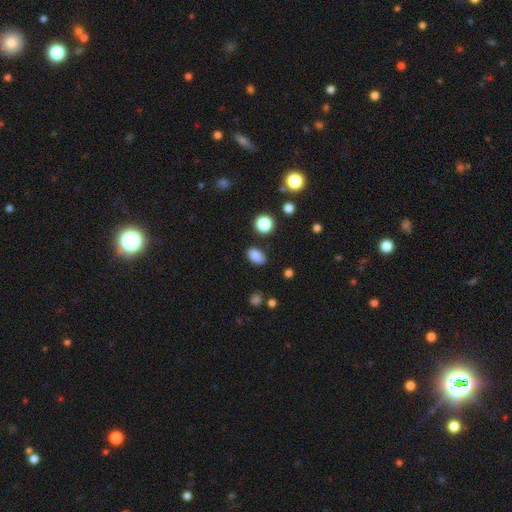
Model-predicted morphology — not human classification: A smooth galaxy with no disk features (85%) that is in between round and cigar-shaped (87%). Merging: none (86%).